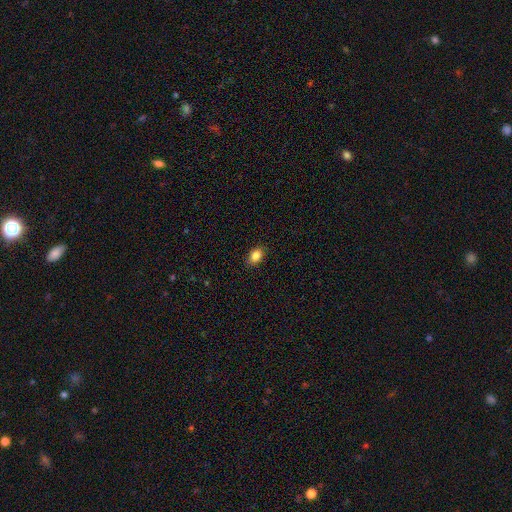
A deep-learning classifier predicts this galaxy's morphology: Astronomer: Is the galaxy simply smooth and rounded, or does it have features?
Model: smooth — 85%.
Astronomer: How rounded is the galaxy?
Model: in between — 77%.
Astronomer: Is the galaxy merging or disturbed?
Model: none — 88%.